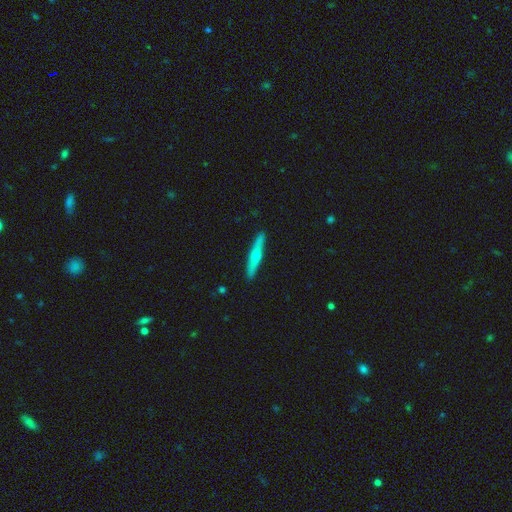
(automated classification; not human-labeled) This is possibly a featured or disk galaxy (50%). It is clearly viewed edge-on (94%). Merging: clearly none (91%).